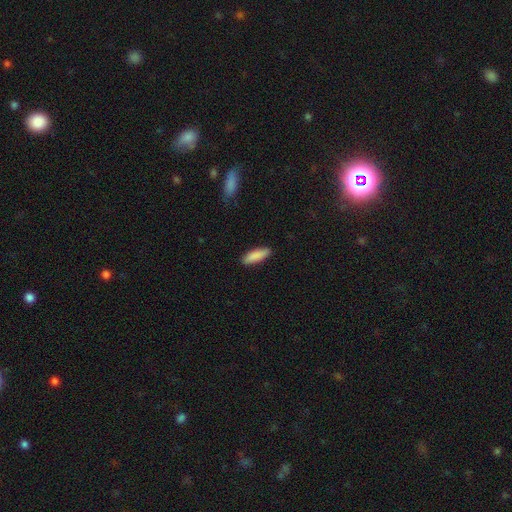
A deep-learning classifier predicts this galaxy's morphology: This appears to be a smooth galaxy with no disk features (89%) that is cigar-shaped (51%). Merging: none (89%).